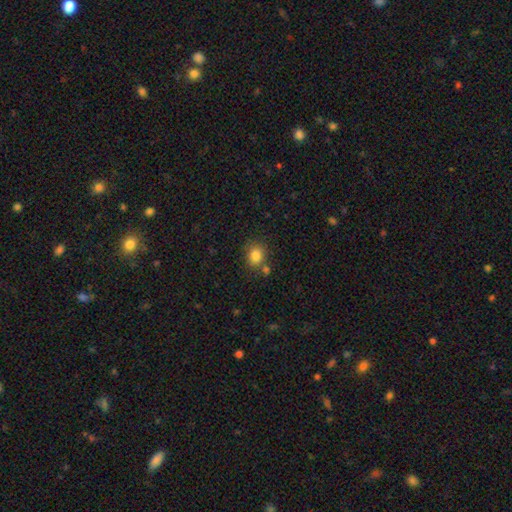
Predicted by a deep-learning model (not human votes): Smooth or featured? smooth (83%)
How rounded? round (64%)
Merging? none (71%)